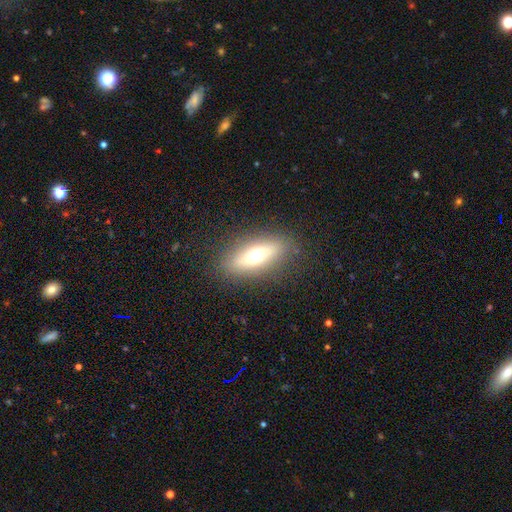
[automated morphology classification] This appears to be a smooth galaxy with no disk features (53%) that is in between round and cigar-shaped (67%). Merging: none (85%).